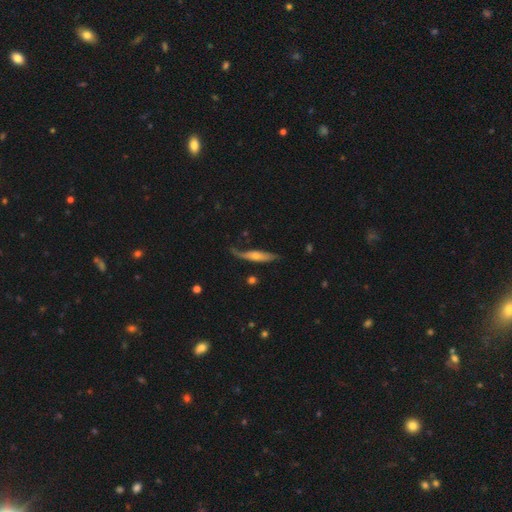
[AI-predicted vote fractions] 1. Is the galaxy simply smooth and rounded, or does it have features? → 62% featured or disk, 30% smooth, 7% star or artifact.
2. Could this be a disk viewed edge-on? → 74% yes, 26% no.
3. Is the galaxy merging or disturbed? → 57% none, 26% minor disturbance, 13% major disturbance, 3% merger.